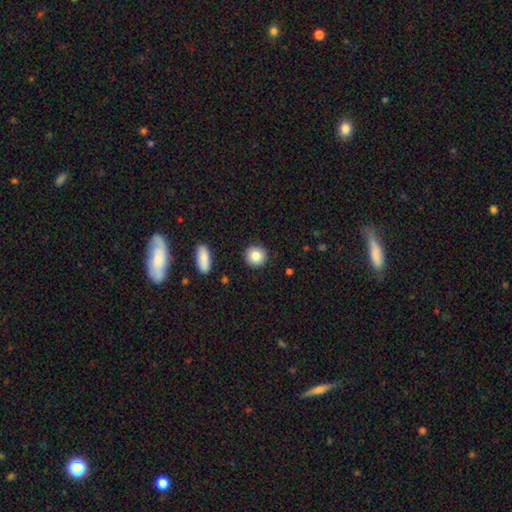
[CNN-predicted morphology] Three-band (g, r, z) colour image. It shows a smooth galaxy with no disk features (85%) that is round (92%). Merging: none (90%).